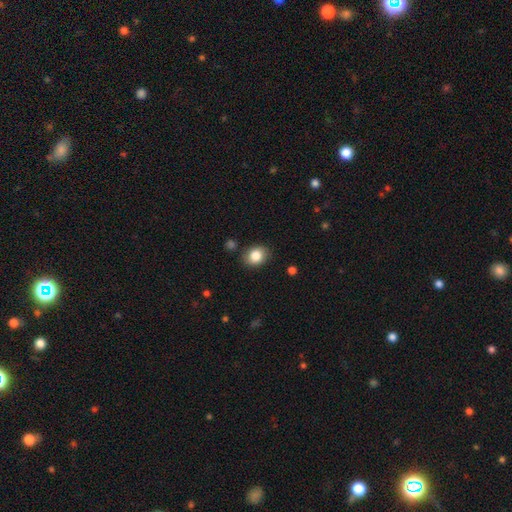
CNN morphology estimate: A smooth galaxy with no disk features (84%) that is in between round and cigar-shaped (50%).

Vote fractions:
- Smooth or featured? smooth: 84% / star or artifact: 9% / featured or disk: 7%
- How rounded? in between: 50% / round: 49% / cigar-shaped: 1%
- Merging? none: 83% / minor disturbance: 12% / major disturbance: 3% / merger: 2%